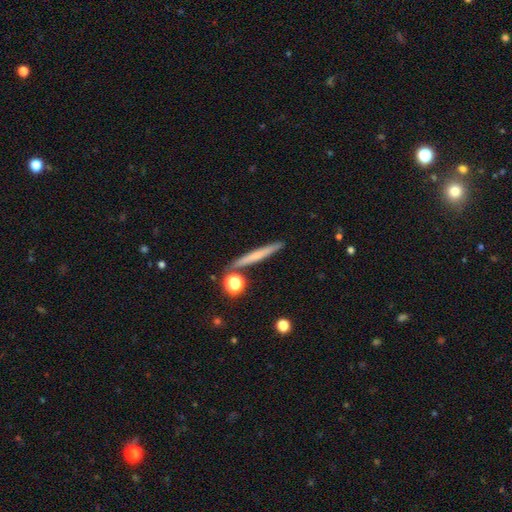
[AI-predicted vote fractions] Morphology: type=smooth (55%); roundness=cigar-shaped (93%); merging=none (85%).